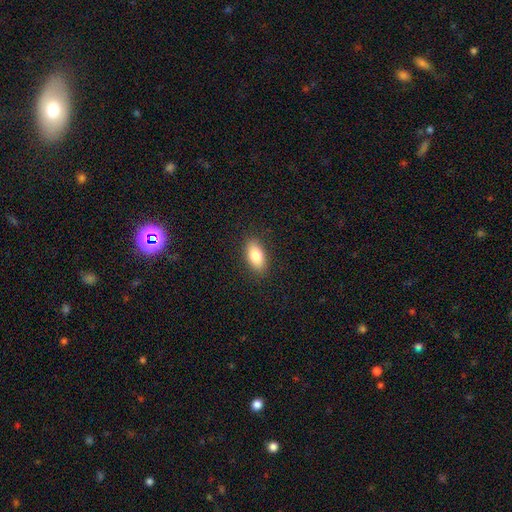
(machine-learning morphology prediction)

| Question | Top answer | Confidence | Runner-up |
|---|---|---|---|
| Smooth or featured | smooth | 82% | featured or disk (11%) |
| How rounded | in between | 89% | cigar-shaped (7%) |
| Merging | none | 89% | minor disturbance (8%) |